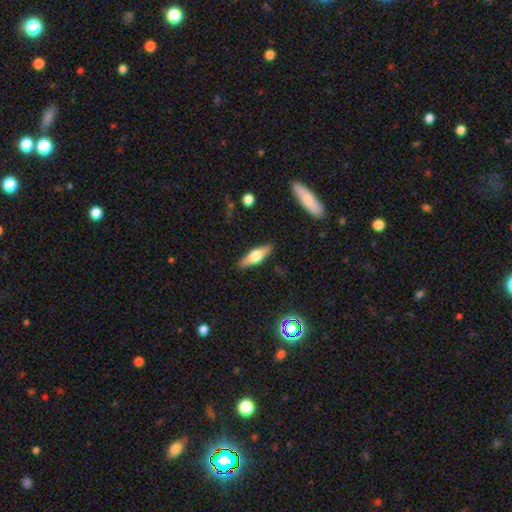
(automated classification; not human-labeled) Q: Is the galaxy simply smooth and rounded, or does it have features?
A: featured or disk — 53%.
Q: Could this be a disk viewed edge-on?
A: yes — 93%.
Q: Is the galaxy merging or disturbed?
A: none — 88%.